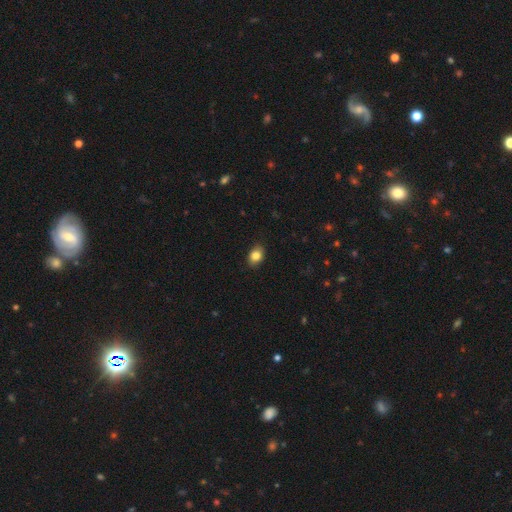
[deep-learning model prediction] Smooth or featured? smooth (84%)
How rounded? in between (66%)
Merging? none (85%)